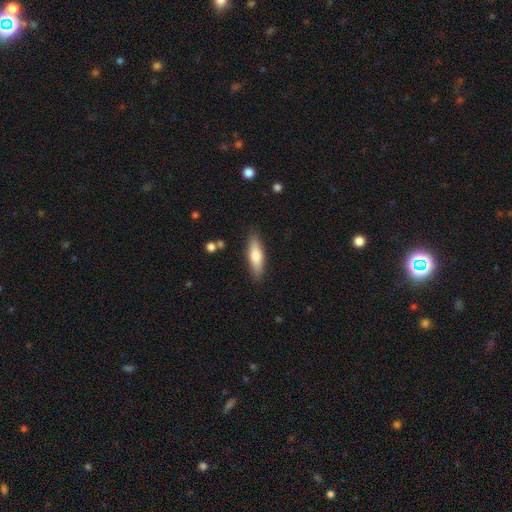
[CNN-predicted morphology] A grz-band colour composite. It shows a smooth galaxy with no disk features (69%) that is cigar-shaped (54%). Merging: none (86%).